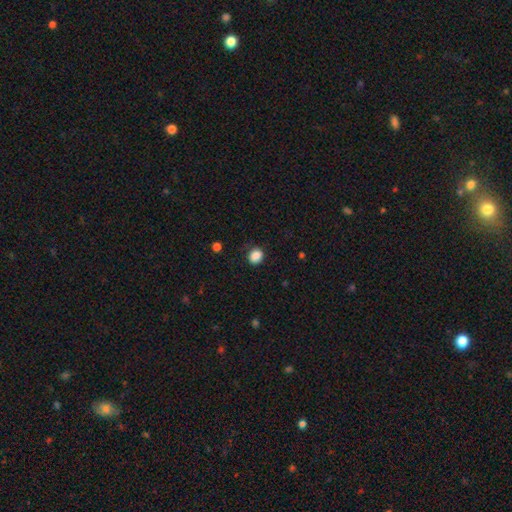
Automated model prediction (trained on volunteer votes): A smooth galaxy with no disk features (87%) that is round (61%).

Vote fractions:
- Smooth or featured? smooth: 87% / star or artifact: 10% / featured or disk: 4%
- How rounded? round: 61% / in between: 38% / cigar-shaped: 1%
- Merging? none: 74% / minor disturbance: 19% / major disturbance: 5% / merger: 1%